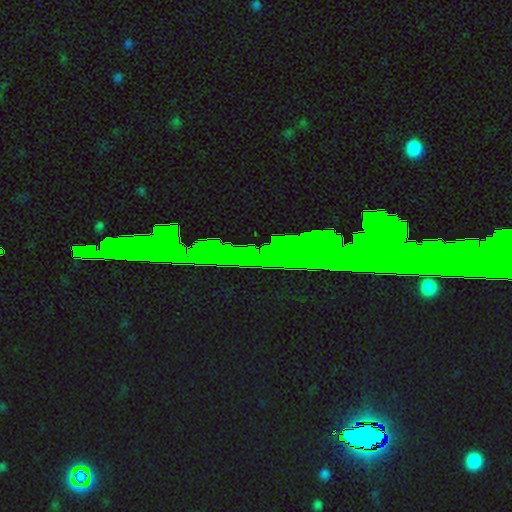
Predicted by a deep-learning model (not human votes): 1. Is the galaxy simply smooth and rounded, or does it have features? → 76% star or artifact, 13% featured or disk, 11% smooth.